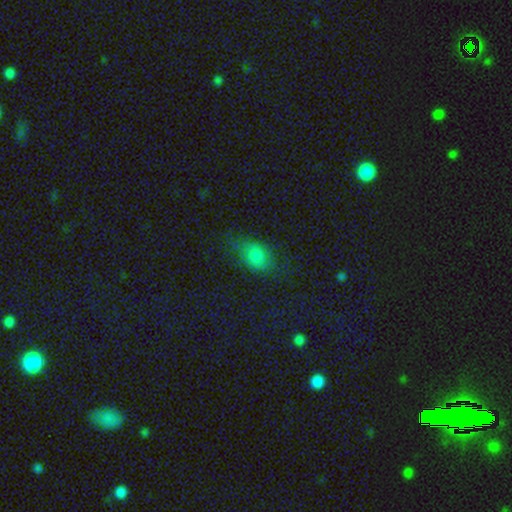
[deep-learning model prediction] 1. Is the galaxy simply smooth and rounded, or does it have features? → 77% smooth, 13% star or artifact, 9% featured or disk.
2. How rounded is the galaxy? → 75% in between, 23% round, 3% cigar-shaped.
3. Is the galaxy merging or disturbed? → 63% none, 26% minor disturbance, 10% major disturbance, 2% merger.